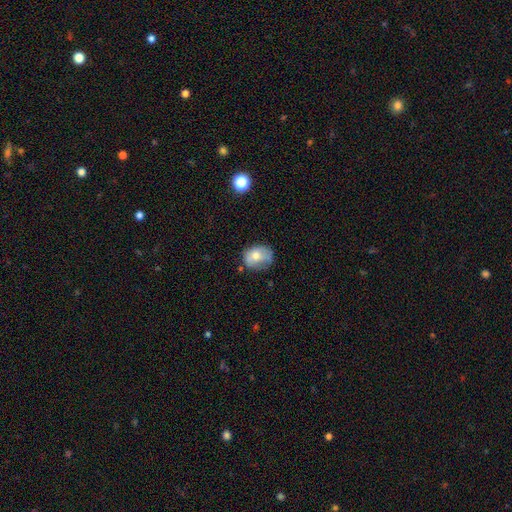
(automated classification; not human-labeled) Smooth or featured? Predicted: smooth (p=0.67). How rounded? Predicted: in between (p=0.59). Merging? Predicted: none (p=0.56).